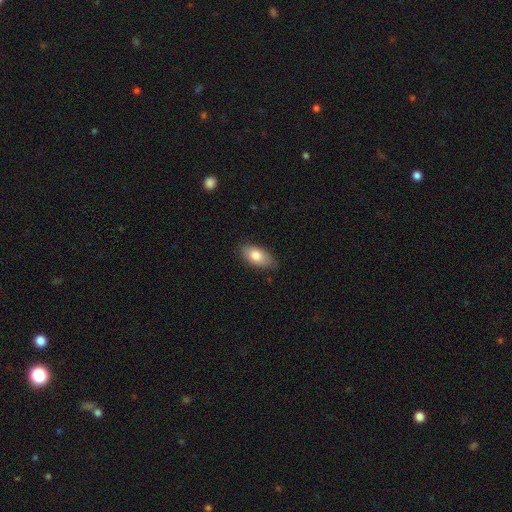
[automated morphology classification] smooth 80%, featured or disk 13%, star or artifact 7%. Down the decision tree: how rounded — in between (92%); merging — none (83%).